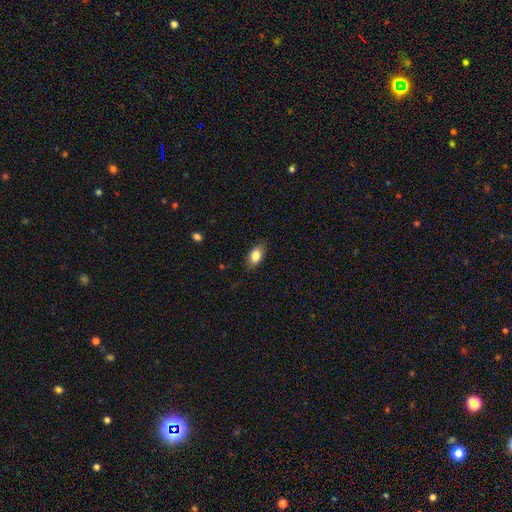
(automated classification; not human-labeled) smooth_or_featured: smooth (p=0.83) [alt: featured or disk p=0.09]
how_rounded: in between (p=0.87) [alt: round p=0.11]
merging: none (p=0.84) [alt: minor disturbance p=0.12]